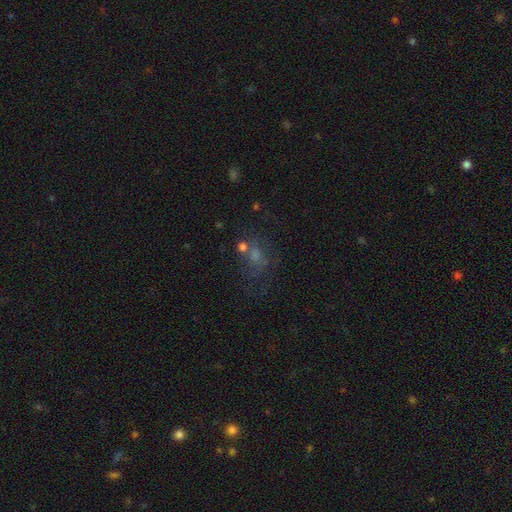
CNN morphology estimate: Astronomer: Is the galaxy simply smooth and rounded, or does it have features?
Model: smooth — 40% (runner-up: featured or disk, 35%).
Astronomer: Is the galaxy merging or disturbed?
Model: none — 43% (runner-up: major disturbance, 25%).